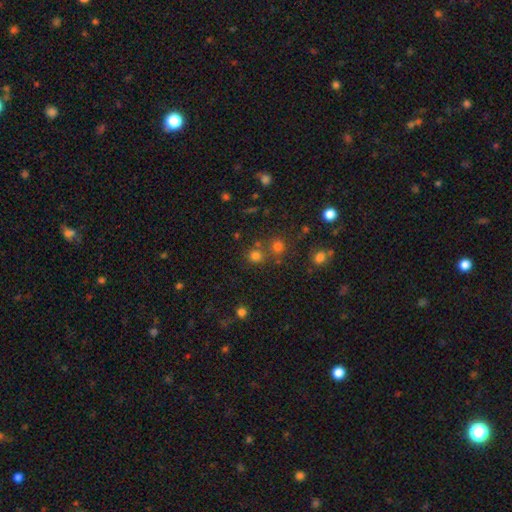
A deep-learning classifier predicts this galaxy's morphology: The model was most divided on "merging": none: 67%, merger: 21%, minor disturbance: 8%, major disturbance: 4%. More confident: how rounded — round (87%); smooth or featured — smooth (72%).